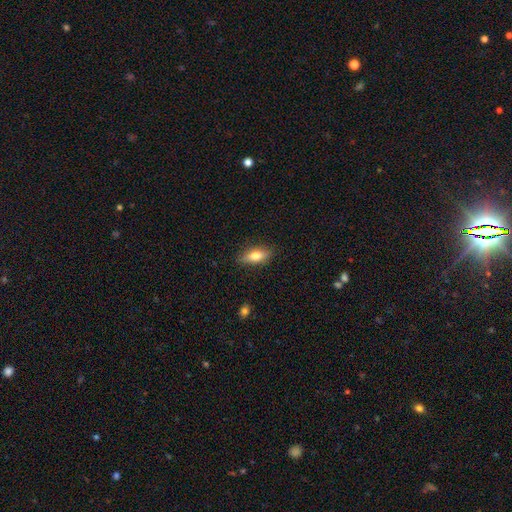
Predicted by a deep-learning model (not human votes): The model was most divided on "smooth or featured": smooth: 70%, featured or disk: 23%, star or artifact: 7%. More confident: merging — none (85%); how rounded — in between (73%).